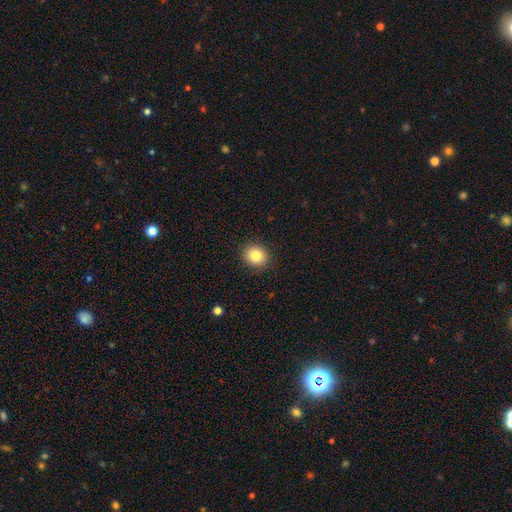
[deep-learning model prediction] smooth 83%, star or artifact 10%, featured or disk 7%. Down the decision tree: how rounded — round (75%); merging — none (90%).